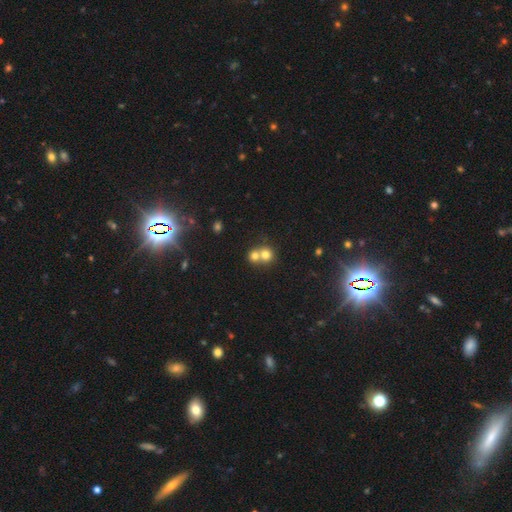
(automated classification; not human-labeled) The model was most divided on "merging": merger: 61%, none: 32%, minor disturbance: 5%, major disturbance: 2%. More confident: how rounded — round (83%); smooth or featured — smooth (73%).